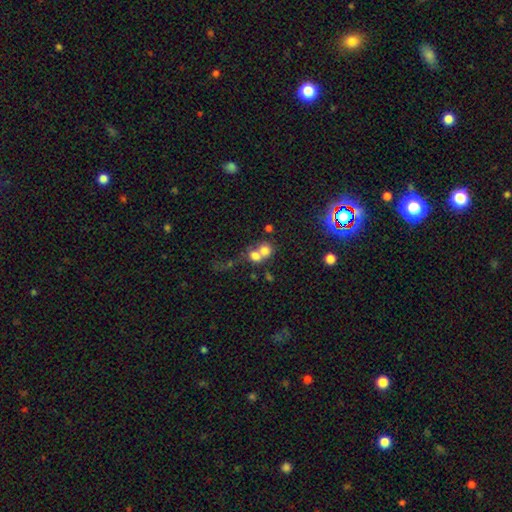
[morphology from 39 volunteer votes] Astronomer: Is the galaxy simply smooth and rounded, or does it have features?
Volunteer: smooth — 77%.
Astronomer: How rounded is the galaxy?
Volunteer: in between — 63%.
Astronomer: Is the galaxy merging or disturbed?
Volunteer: merger — 77%.